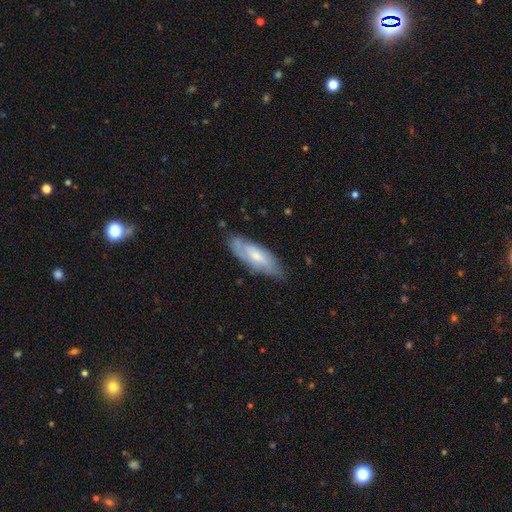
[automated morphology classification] Smooth or featured: featured or disk — 48% (smooth — 46%)
Merging: none — 72% (minor disturbance — 22%)